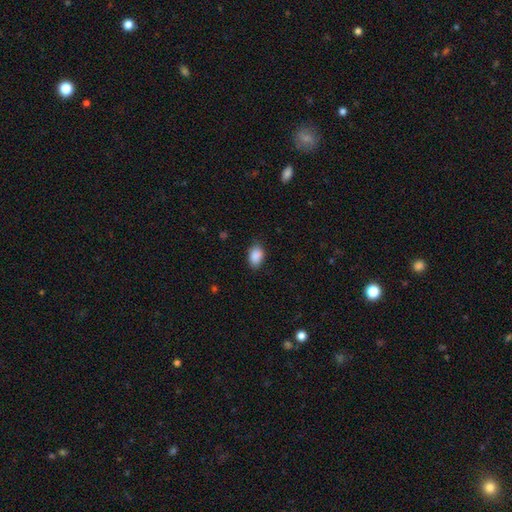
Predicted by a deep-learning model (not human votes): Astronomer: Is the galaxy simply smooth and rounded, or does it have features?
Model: smooth — 89%.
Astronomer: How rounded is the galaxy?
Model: in between — 85%.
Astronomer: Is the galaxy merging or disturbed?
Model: none — 80%.